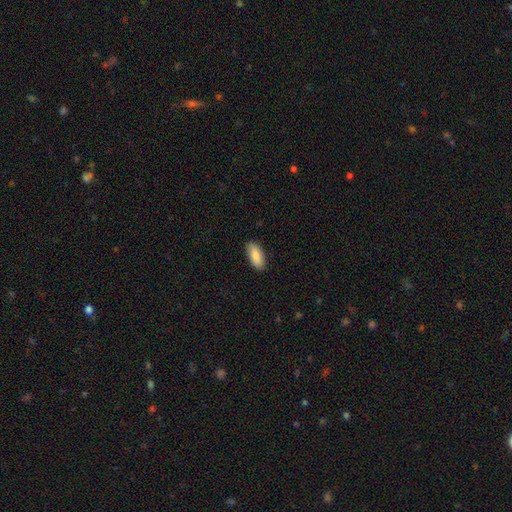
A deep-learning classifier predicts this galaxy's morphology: A smooth galaxy with no disk features (87%) that is in between round and cigar-shaped (85%). Merging: none (88%).